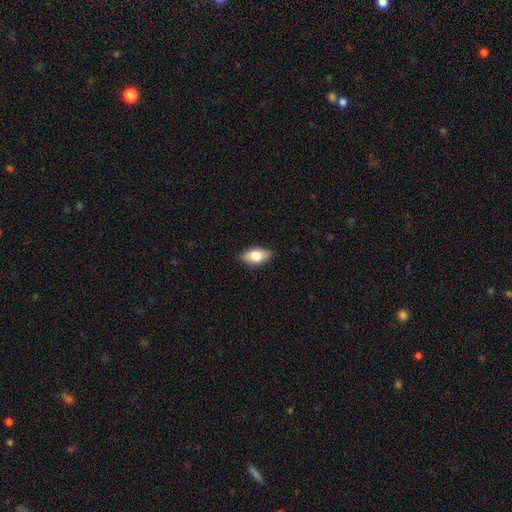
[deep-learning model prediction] This is likely a smooth galaxy (77%). How rounded: clearly in between (91%). Merging: clearly none (88%).